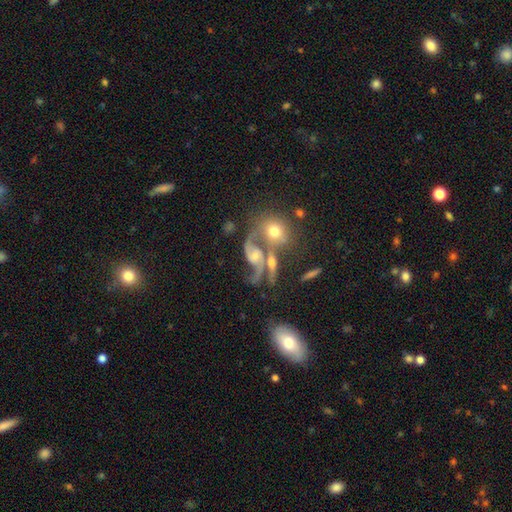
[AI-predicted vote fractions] Smooth or featured? featured or disk (73%)
Edge-on disk? no (95%)
Bar? no (55%)
Spiral arms? yes (92%)
Spiral winding? loose (44%)
Spiral arm count? 2 (78%)
Bulge size? moderate (47%)
Merging? merger (39%)